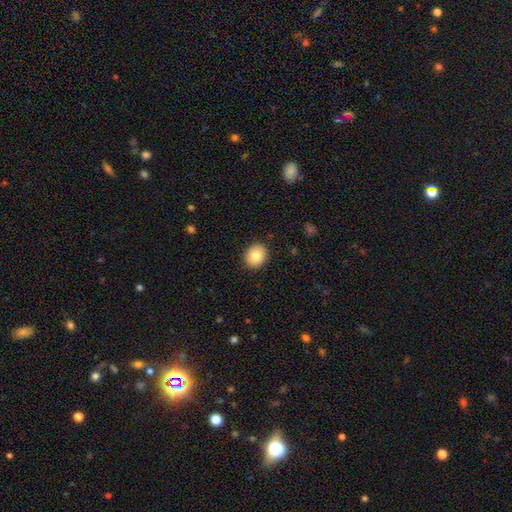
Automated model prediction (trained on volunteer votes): This is clearly a smooth galaxy (83%). How rounded: possibly round (59%). Merging: clearly none (90%).